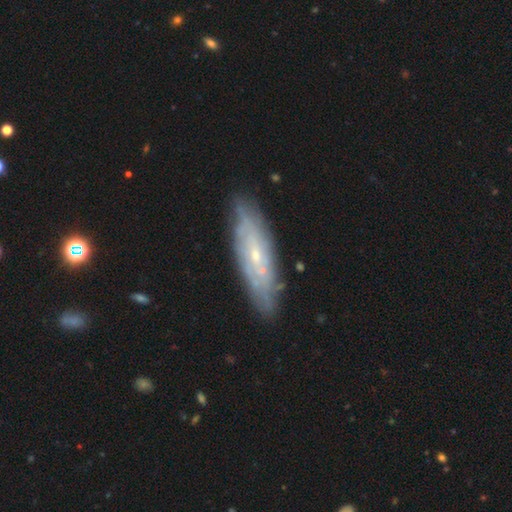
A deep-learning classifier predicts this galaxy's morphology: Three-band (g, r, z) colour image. It shows a featured or disk galaxy (71%) with no bar (61%), spiral arms (77%) and a small central bulge (76%). Merging: none (80%).